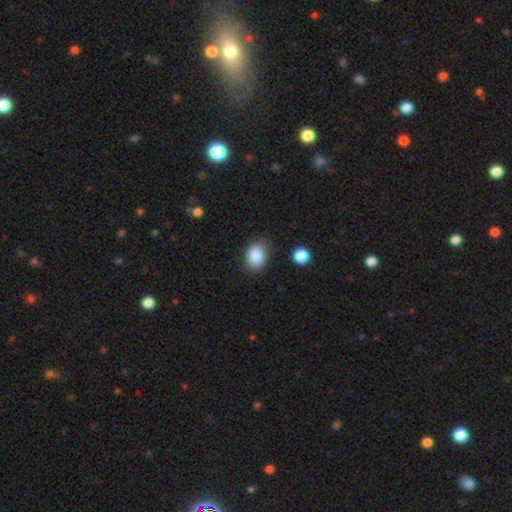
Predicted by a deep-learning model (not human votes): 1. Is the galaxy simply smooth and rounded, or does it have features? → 88% smooth, 8% star or artifact, 5% featured or disk.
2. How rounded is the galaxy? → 75% in between, 24% round, 1% cigar-shaped.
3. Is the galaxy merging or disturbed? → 79% none, 14% minor disturbance, 4% major disturbance, 3% merger.